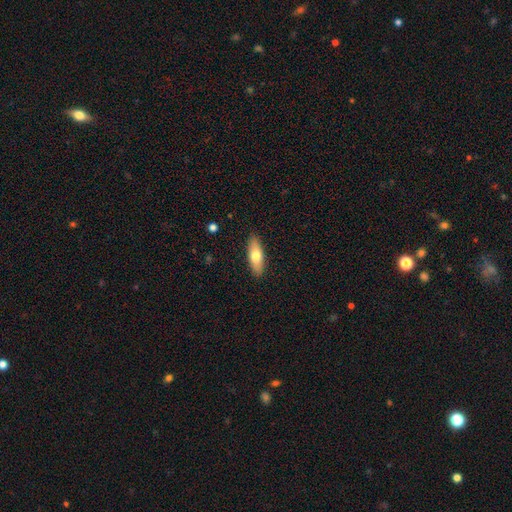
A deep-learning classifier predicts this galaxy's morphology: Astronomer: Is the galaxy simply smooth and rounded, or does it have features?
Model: smooth — 71%.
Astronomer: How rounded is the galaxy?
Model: in between — 61% (runner-up: cigar-shaped, 37%).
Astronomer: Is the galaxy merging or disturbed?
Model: none — 89%.